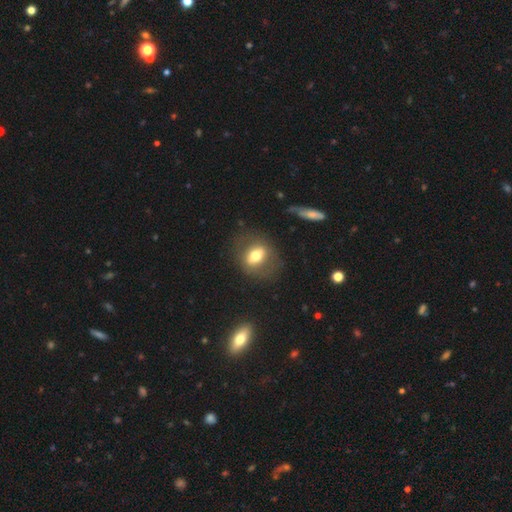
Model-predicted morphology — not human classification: This appears to be a smooth galaxy with no disk features (57%) that is in between round and cigar-shaped (60%). Merging: none (75%).